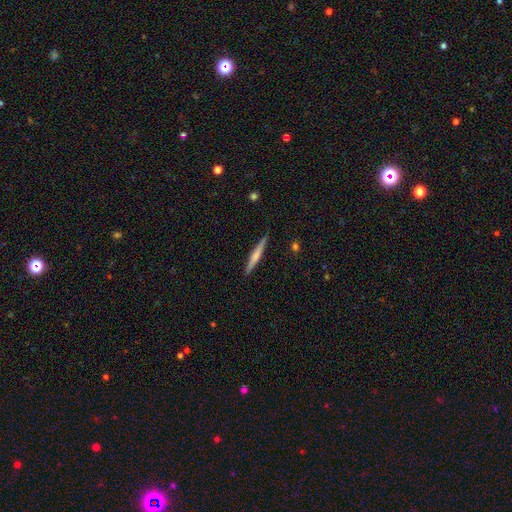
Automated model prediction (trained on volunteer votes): smooth-or-featured: featured or disk: 48% | smooth: 46% | star or artifact: 5%
  merging: none: 89% | minor disturbance: 8% | major disturbance: 1% | merger: 1%